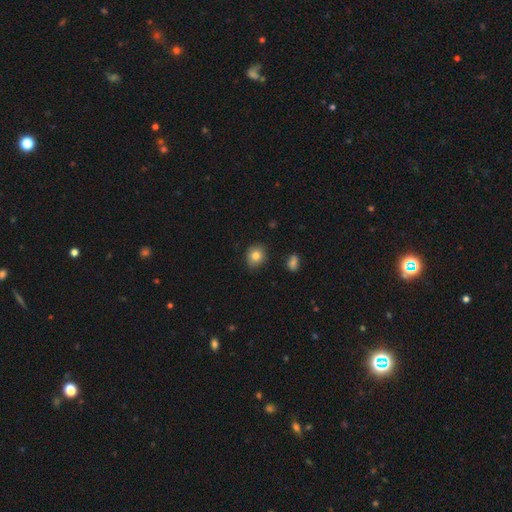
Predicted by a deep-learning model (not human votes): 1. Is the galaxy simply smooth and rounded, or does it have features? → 81% smooth, 10% star or artifact, 8% featured or disk.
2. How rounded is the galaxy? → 76% round, 23% in between, 1% cigar-shaped.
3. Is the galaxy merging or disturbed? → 84% none, 12% minor disturbance, 2% major disturbance, 2% merger.